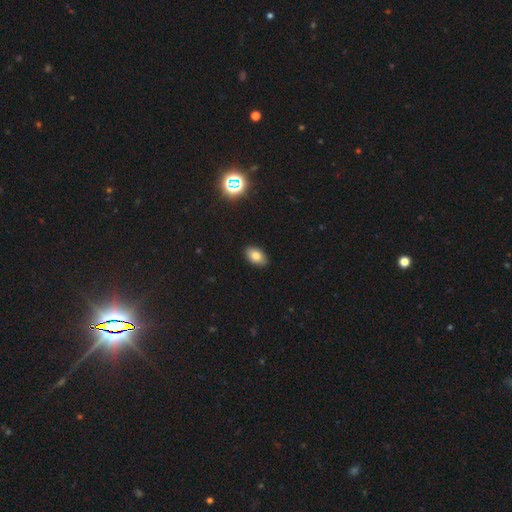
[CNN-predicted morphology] type=smooth (80%); roundness=in between (89%); merging=none (88%).